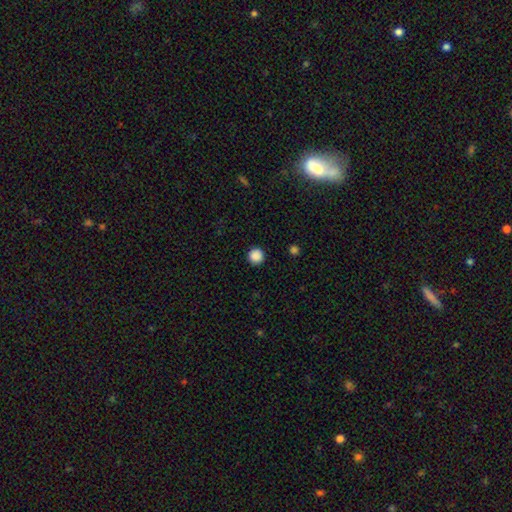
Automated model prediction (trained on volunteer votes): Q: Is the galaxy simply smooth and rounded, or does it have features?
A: smooth — 88%.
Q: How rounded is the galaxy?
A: round — 96%.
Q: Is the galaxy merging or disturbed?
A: none — 93%.